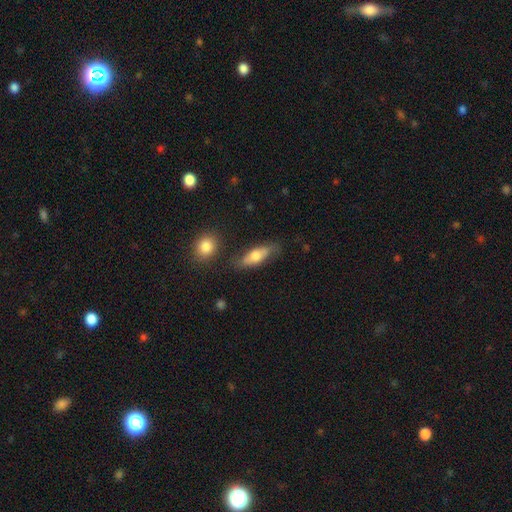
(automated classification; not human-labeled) Morphology: type=smooth (65%); roundness=in between (63%); merging=none (72%).